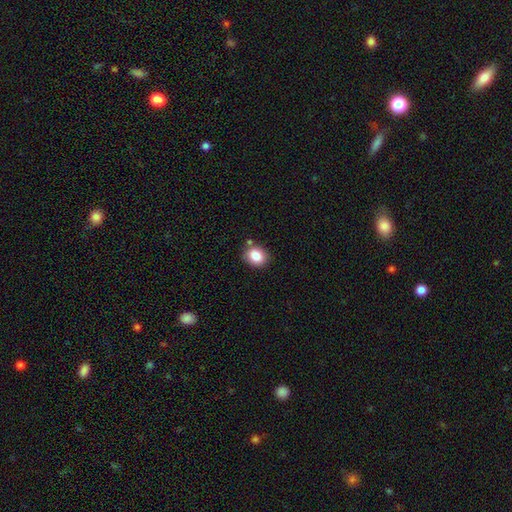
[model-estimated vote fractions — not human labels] Overall: smooth (85%). How rounded: round (57%; in between 42%). Merging: none (78%).